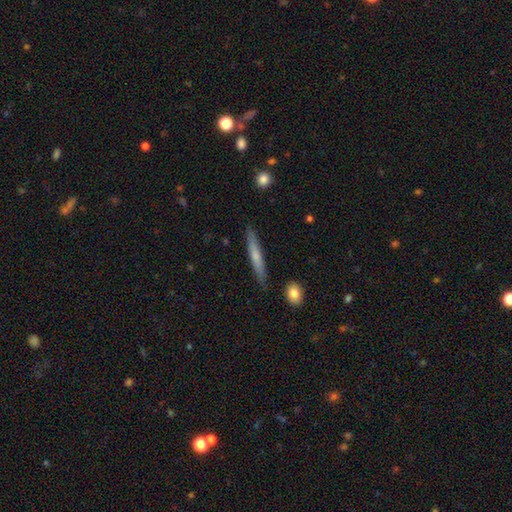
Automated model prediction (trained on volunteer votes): Smooth or featured? Predicted: smooth (p=0.57). How rounded? Predicted: cigar-shaped (p=0.94). Merging? Predicted: none (p=0.88).